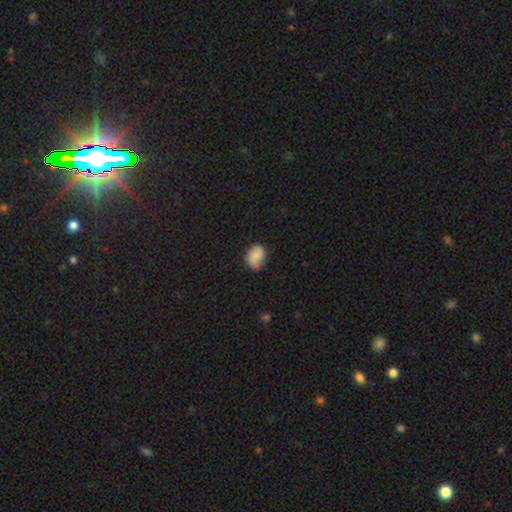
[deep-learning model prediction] Smooth or featured? Predicted: smooth (p=0.78). How rounded? Predicted: in between (p=0.59). Merging? Predicted: none (p=0.69).